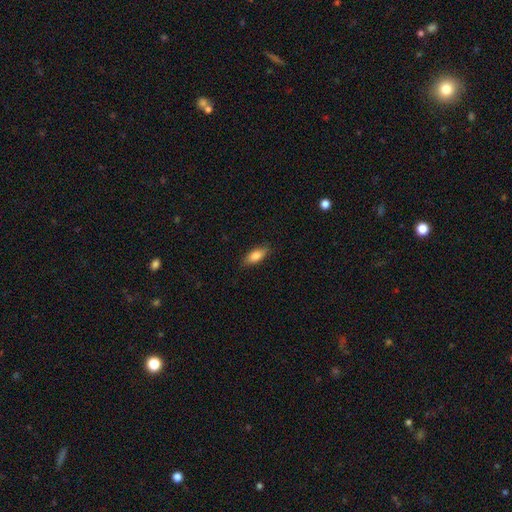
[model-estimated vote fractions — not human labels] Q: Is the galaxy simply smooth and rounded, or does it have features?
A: smooth — 84%.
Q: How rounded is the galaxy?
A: in between — 81%.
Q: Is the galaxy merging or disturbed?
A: none — 84%.